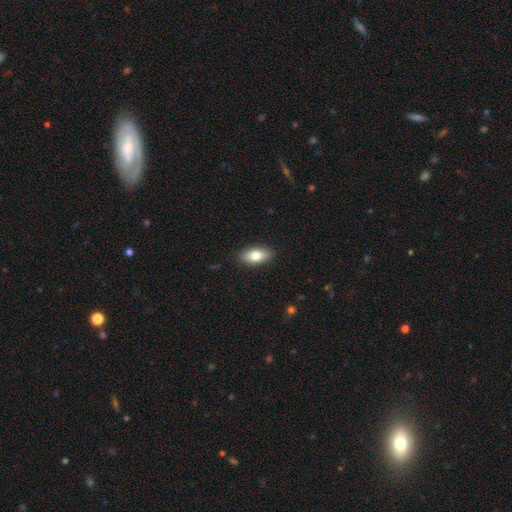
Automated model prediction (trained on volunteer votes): smooth_or_featured: smooth (p=0.79) [alt: featured or disk p=0.14]
how_rounded: in between (p=0.90) [alt: cigar-shaped p=0.05]
merging: none (p=0.89) [alt: minor disturbance p=0.08]